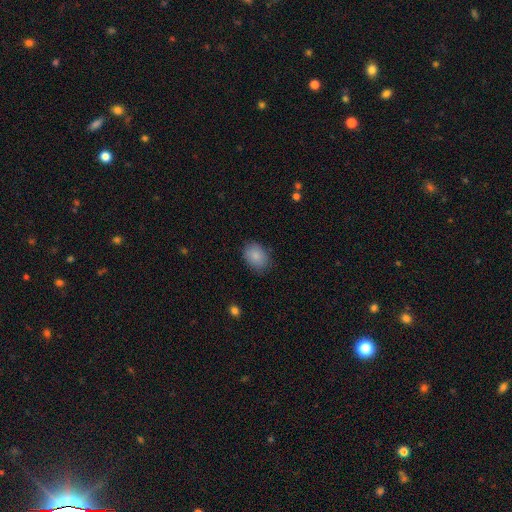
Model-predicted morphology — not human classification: Smooth or featured: smooth — 86% (star or artifact — 8%)
How rounded: in between — 76% (round — 23%)
Merging: none — 81% (minor disturbance — 14%)